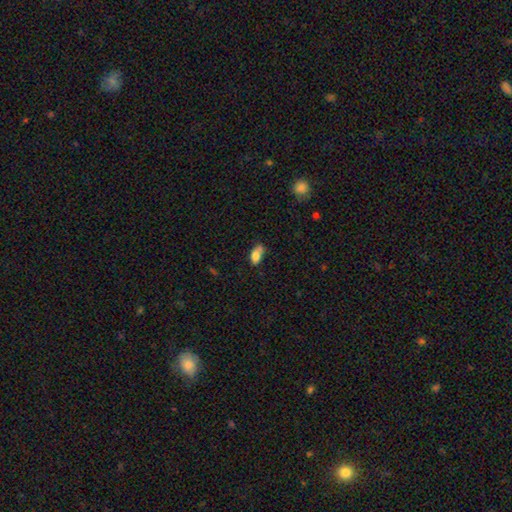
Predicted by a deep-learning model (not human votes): The model was most divided on "merging": none: 38%, minor disturbance: 36%, major disturbance: 15%, merger: 12%. More confident: how rounded — in between (87%); smooth or featured — smooth (78%).